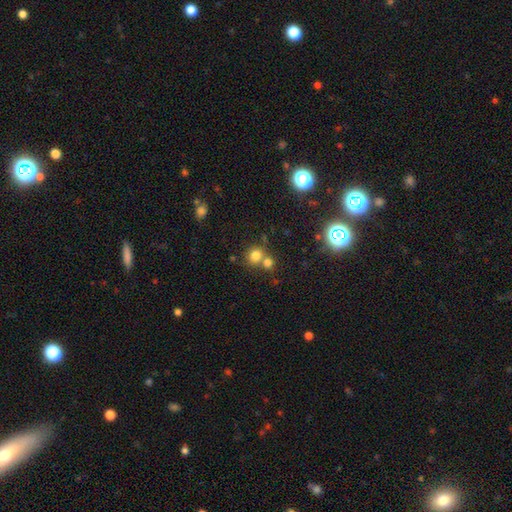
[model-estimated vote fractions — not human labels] Q: Smooth or featured?
A: smooth (78%); runner-up: star or artifact (15%)
Q: How rounded?
A: round (85%); runner-up: in between (14%)
Q: Merging?
A: none (54%); runner-up: merger (36%)